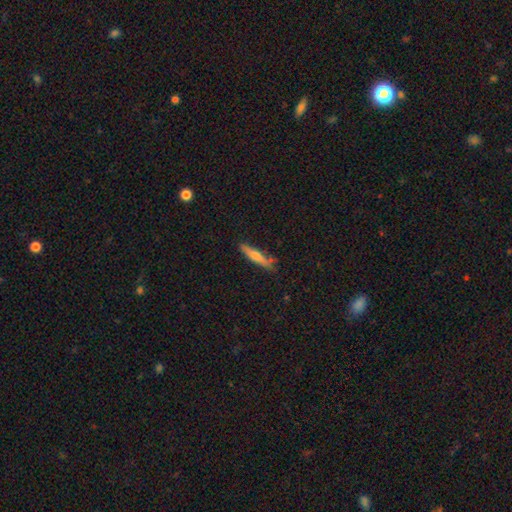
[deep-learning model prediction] smooth 49%, featured or disk 43%, star or artifact 7%. Down the decision tree: merging — none (82%).